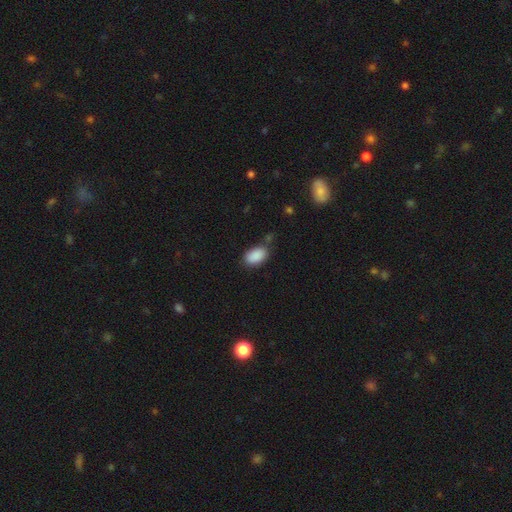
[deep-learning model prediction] smooth_or_featured: smooth (p=0.89) [alt: star or artifact p=0.07]
how_rounded: in between (p=0.92) [alt: round p=0.07]
merging: none (p=0.73) [alt: minor disturbance p=0.17]